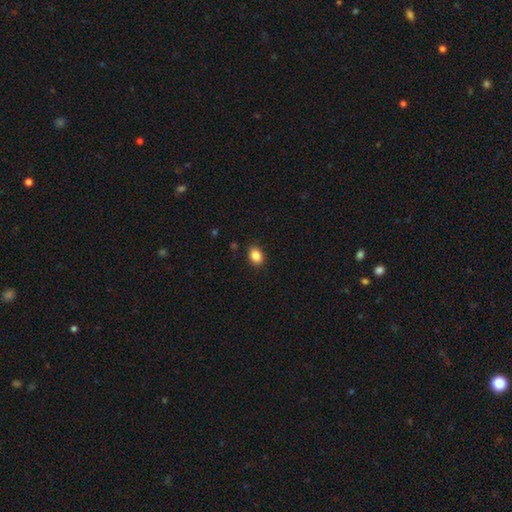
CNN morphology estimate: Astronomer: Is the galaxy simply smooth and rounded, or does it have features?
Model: smooth — 86%.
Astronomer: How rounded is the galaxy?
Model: in between — 70%.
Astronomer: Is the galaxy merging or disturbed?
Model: none — 88%.